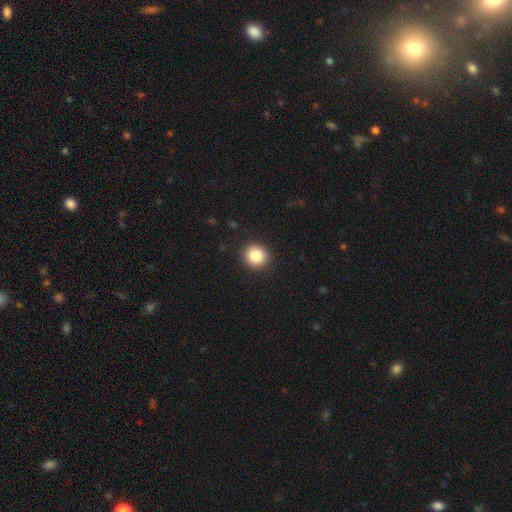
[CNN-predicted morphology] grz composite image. It shows a smooth galaxy with no disk features (86%) that is round (89%). Merging: none (91%).